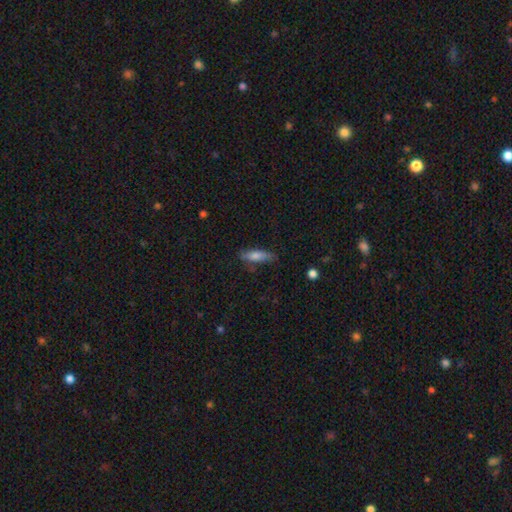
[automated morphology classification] smooth_or_featured: smooth (p=0.74) [alt: featured or disk p=0.19]
how_rounded: cigar-shaped (p=0.65) [alt: in between p=0.34]
merging: none (p=0.77) [alt: minor disturbance p=0.18]